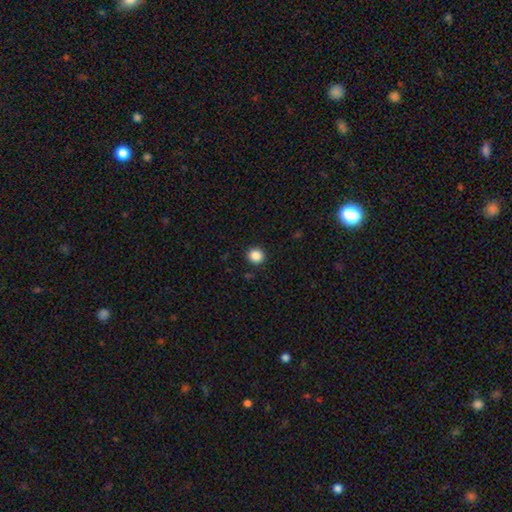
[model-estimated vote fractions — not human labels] Q: Smooth or featured?
A: smooth (87%); runner-up: star or artifact (10%)
Q: How rounded?
A: round (91%); runner-up: in between (8%)
Q: Merging?
A: none (92%); runner-up: minor disturbance (5%)